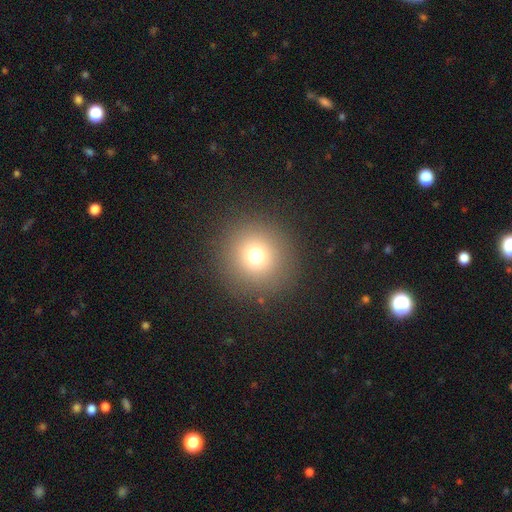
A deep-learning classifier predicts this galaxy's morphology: type=smooth (73%); roundness=round (95%); merging=none (90%).